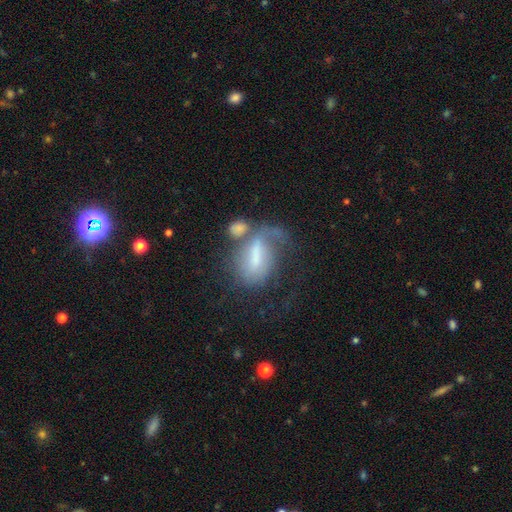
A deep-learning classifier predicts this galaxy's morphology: The model was most divided on "merging": merger: 35%, major disturbance: 29%, none: 22%, minor disturbance: 14%. More confident: edge-on disk — no (92%); smooth or featured — featured or disk (50%).